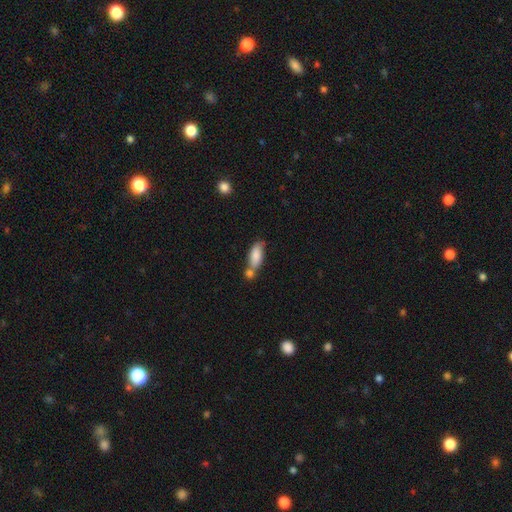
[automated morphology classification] Smooth or featured: smooth — 83% (featured or disk — 11%)
How rounded: in between — 76% (cigar-shaped — 21%)
Merging: merger — 41% (none — 40%)